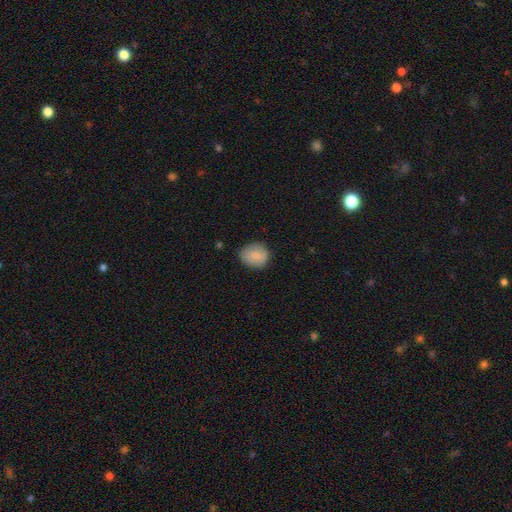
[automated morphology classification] Smooth or featured: smooth — 85% (star or artifact — 8%)
How rounded: round — 69% (in between — 30%)
Merging: none — 75% (minor disturbance — 20%)